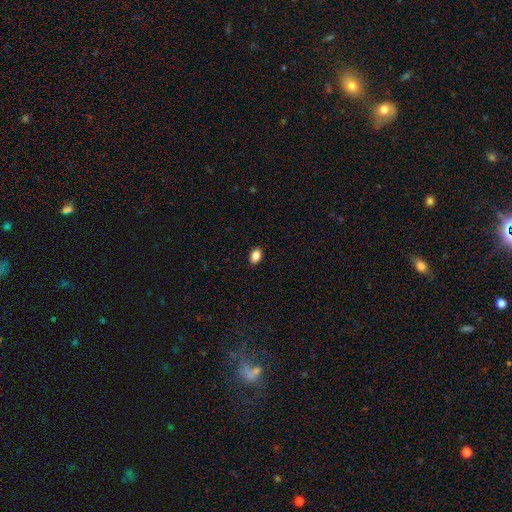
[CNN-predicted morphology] This appears to be a smooth galaxy with no disk features (86%) that is in between round and cigar-shaped (82%). Merging: none (90%).